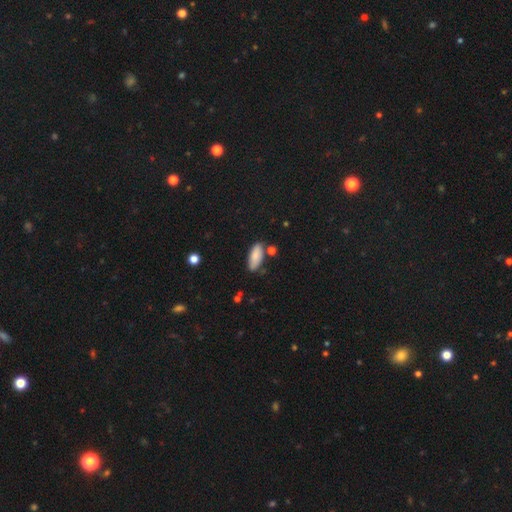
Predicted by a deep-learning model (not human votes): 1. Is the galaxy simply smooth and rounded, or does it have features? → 85% smooth, 9% featured or disk, 7% star or artifact.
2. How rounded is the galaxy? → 81% in between, 17% cigar-shaped, 2% round.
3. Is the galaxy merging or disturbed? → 75% none, 16% minor disturbance, 6% merger, 3% major disturbance.